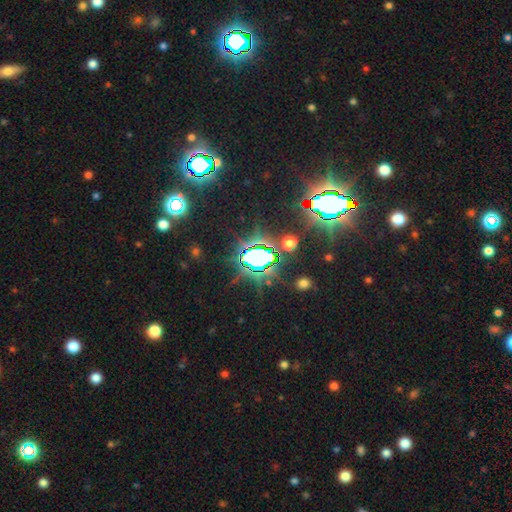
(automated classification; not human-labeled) Overall: star or artifact (74%).